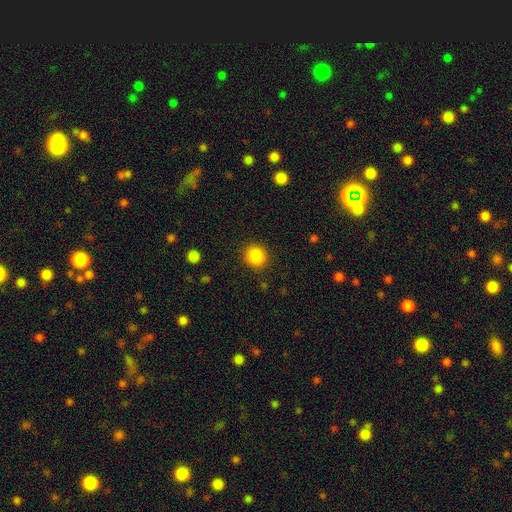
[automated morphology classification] smooth-or-featured: smooth: 86% | star or artifact: 10% | featured or disk: 4%
  how-rounded: round: 88% | in between: 11% | cigar-shaped: 1%
  merging: none: 89% | minor disturbance: 7% | major disturbance: 3% | merger: 1%